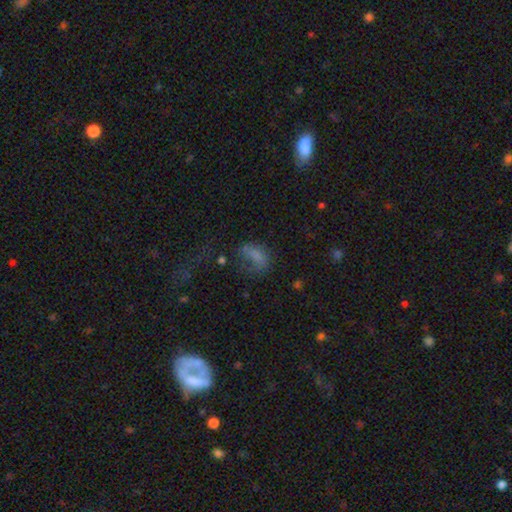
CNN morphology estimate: A smooth galaxy with no disk features (61%) that is in between round and cigar-shaped (83%). Merging: major disturbance (44%).